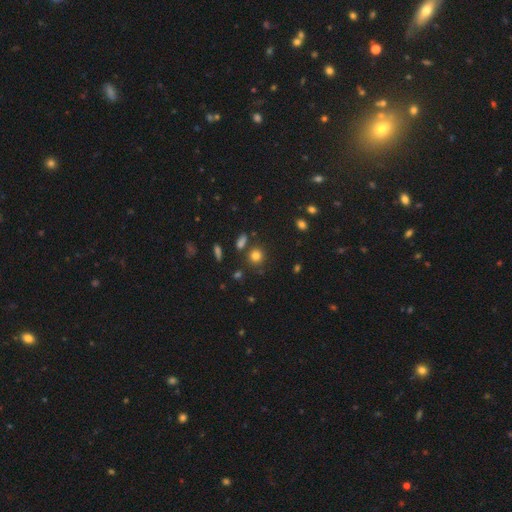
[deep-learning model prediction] A smooth galaxy with no disk features (79%) that is round (86%).

Vote fractions:
- Smooth or featured? smooth: 79% / star or artifact: 15% / featured or disk: 6%
- How rounded? round: 86% / in between: 12% / cigar-shaped: 1%
- Merging? none: 80% / minor disturbance: 9% / merger: 8% / major disturbance: 3%